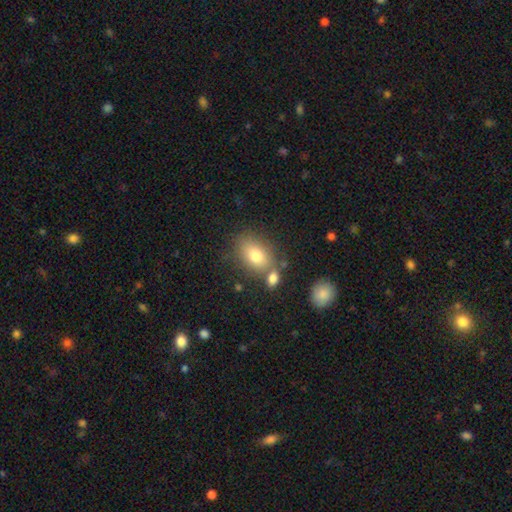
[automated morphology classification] This appears to be a smooth galaxy with no disk features (77%) that is in between round and cigar-shaped (81%). Merging: none (65%).